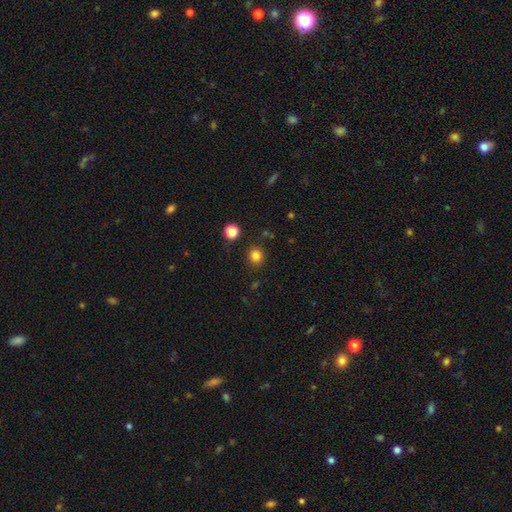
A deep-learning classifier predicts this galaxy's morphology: A smooth galaxy with no disk features (82%) that is round (91%).

Vote fractions:
- Smooth or featured? smooth: 82% / star or artifact: 14% / featured or disk: 4%
- How rounded? round: 91% / in between: 8% / cigar-shaped: 1%
- Merging? none: 88% / minor disturbance: 7% / merger: 2% / major disturbance: 2%